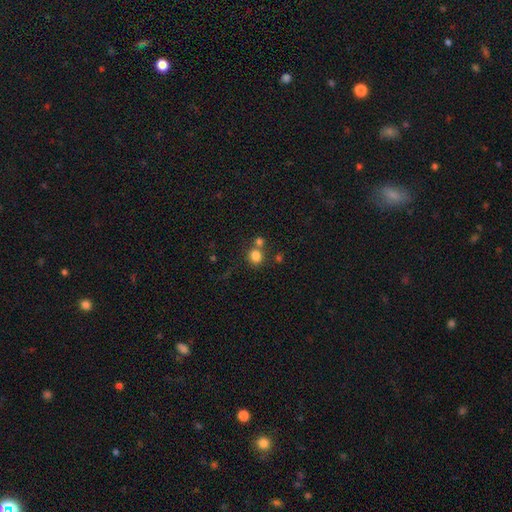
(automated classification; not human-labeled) smooth_or_featured: smooth (p=0.81) [alt: star or artifact p=0.13]
how_rounded: round (p=0.78) [alt: in between p=0.21]
merging: none (p=0.58) [alt: merger p=0.30]